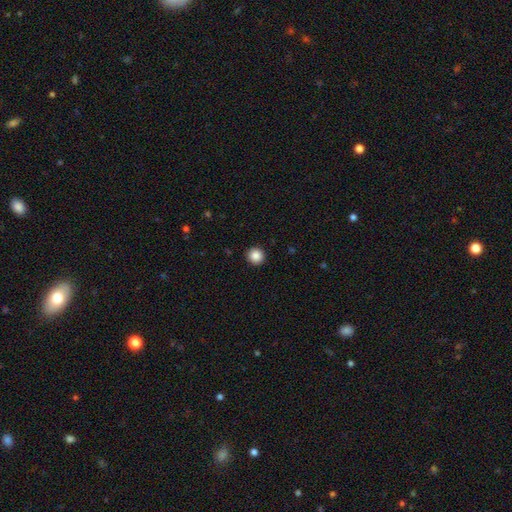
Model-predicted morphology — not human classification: Smooth or featured? smooth (87%)
How rounded? round (95%)
Merging? none (93%)